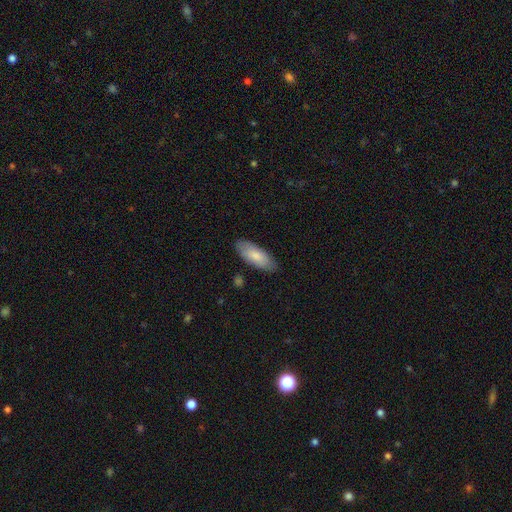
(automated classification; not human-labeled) Smooth or featured? smooth (80%)
How rounded? in between (80%)
Merging? none (83%)